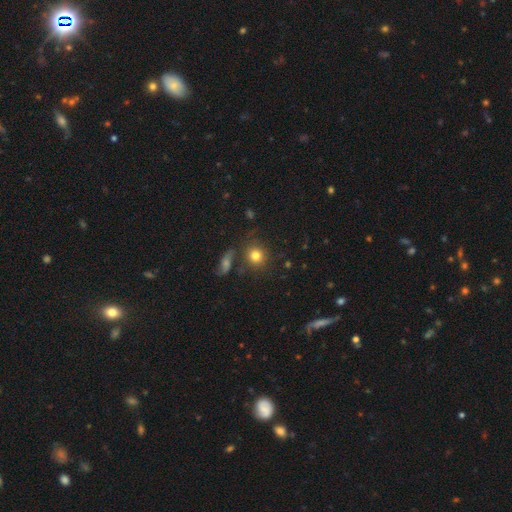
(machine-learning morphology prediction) This is likely a smooth galaxy (79%). How rounded: clearly round (87%). Merging: likely none (74%).